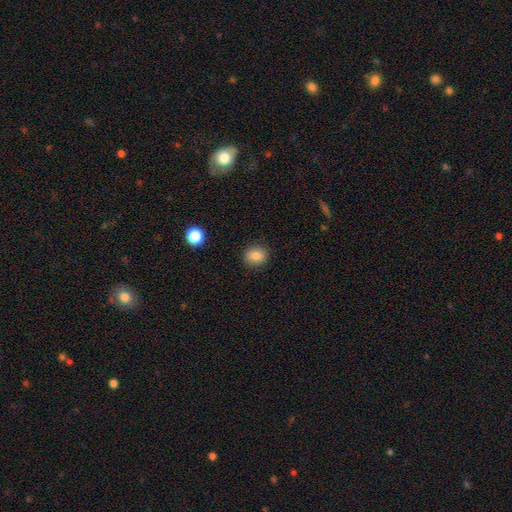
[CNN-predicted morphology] smooth-or-featured: smooth: 83% | star or artifact: 10% | featured or disk: 7%
  how-rounded: round: 71% | in between: 28% | cigar-shaped: 1%
  merging: none: 89% | minor disturbance: 8% | major disturbance: 2% | merger: 1%